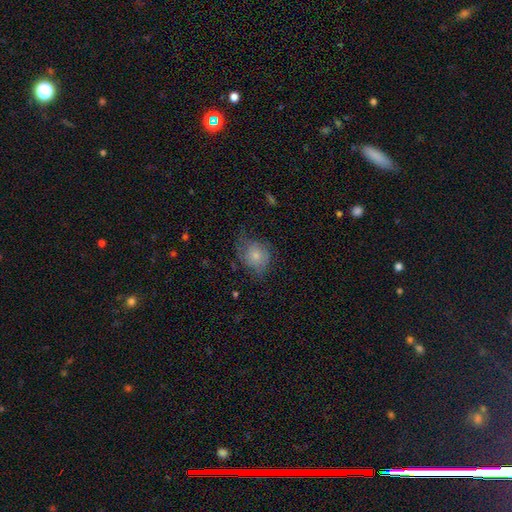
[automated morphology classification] Smooth or featured?
  - smooth: 65% *
  - featured or disk: 26%
  - star or artifact: 9%
How rounded?
  - round: 64% *
  - in between: 35%
  - cigar-shaped: 1%
Merging?
  - none: 46% *
  - minor disturbance: 32%
  - major disturbance: 20%
  - merger: 2%